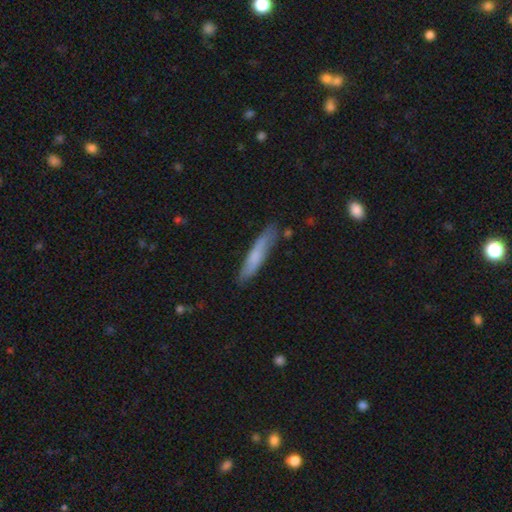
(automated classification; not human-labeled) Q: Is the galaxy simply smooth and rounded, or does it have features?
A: smooth — 69%.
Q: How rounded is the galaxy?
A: cigar-shaped — 90%.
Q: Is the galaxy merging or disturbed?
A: none — 81%.